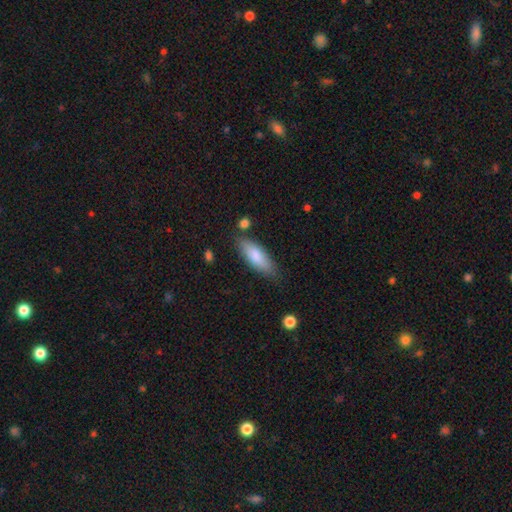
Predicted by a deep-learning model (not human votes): Morphology: type=smooth (82%); roundness=in between (62%); merging=none (77%).